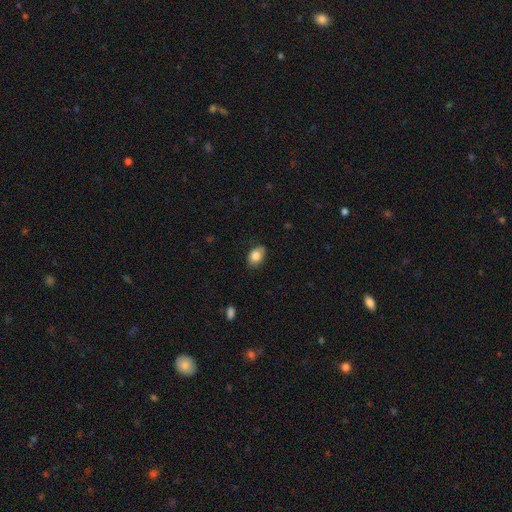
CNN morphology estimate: smooth 83%, featured or disk 9%, star or artifact 8%. Down the decision tree: how rounded — in between (78%); merging — none (77%).